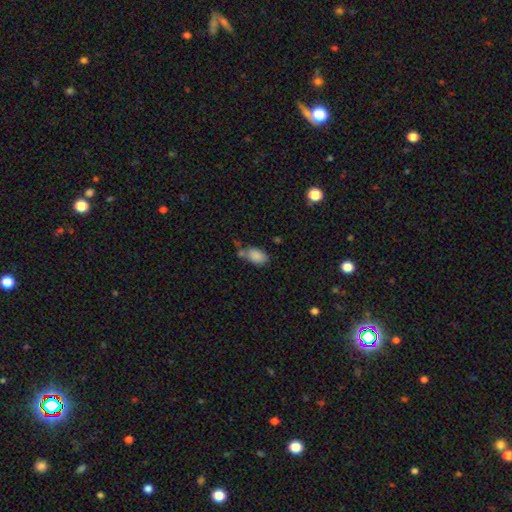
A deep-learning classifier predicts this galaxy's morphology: This appears to be a smooth galaxy with no disk features (85%) that is in between round and cigar-shaped (90%). Merging: none (49%).